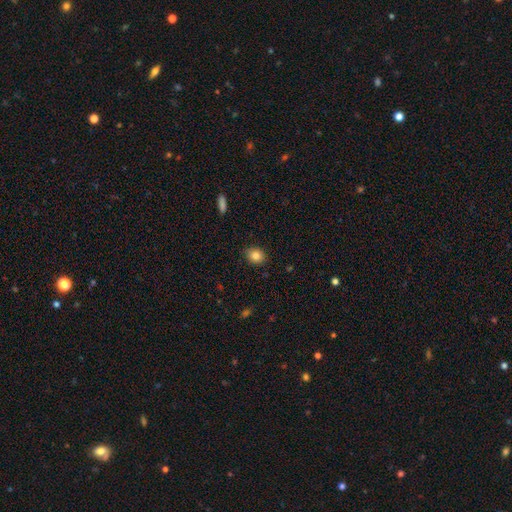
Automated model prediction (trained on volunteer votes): This is clearly a smooth galaxy (83%). How rounded: likely round (64%). Merging: clearly none (89%).